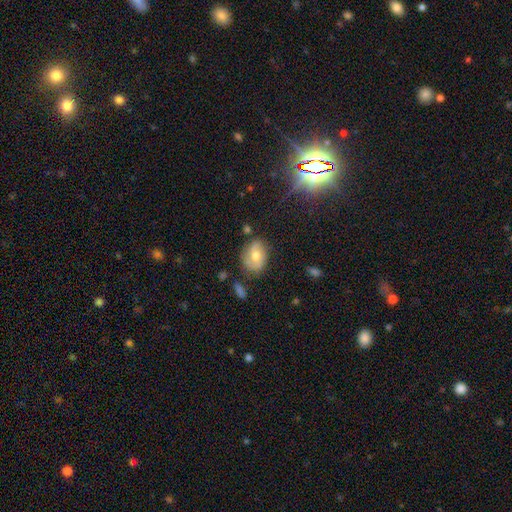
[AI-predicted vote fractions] Smooth or featured?
  - smooth: 47% *
  - featured or disk: 40%
  - star or artifact: 13%
Merging?
  - none: 65% *
  - minor disturbance: 24%
  - major disturbance: 7%
  - merger: 3%